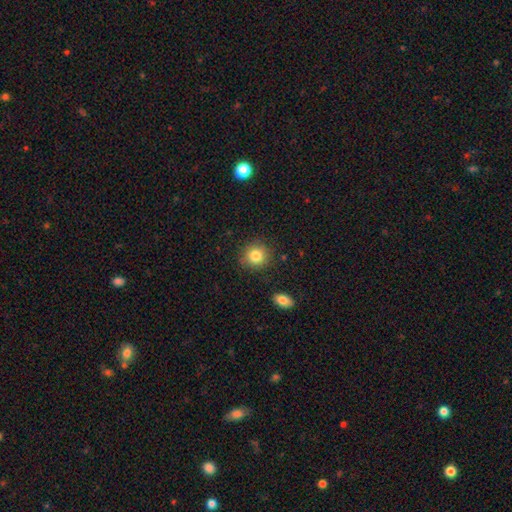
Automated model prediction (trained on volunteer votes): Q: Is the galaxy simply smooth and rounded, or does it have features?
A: smooth — 83%.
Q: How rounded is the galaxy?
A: round — 87%.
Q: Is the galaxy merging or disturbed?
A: none — 86%.